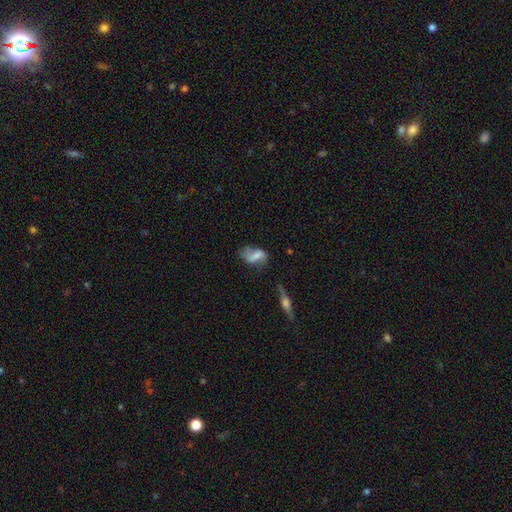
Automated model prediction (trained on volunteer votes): smooth-or-featured: smooth: 46% | featured or disk: 44% | star or artifact: 9%
  merging: none: 44% | minor disturbance: 29% | major disturbance: 20% | merger: 7%